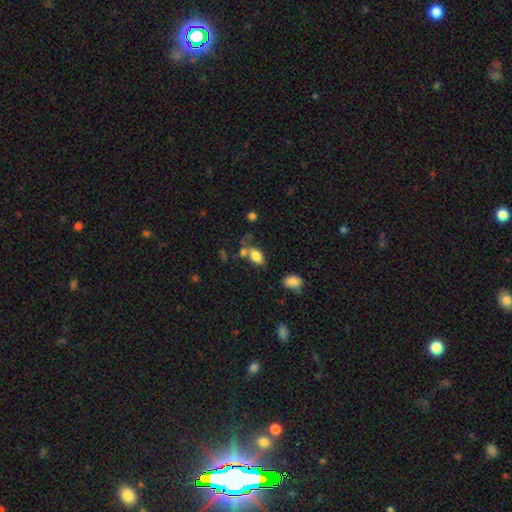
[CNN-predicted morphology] This is likely a smooth galaxy (79%). How rounded: clearly in between (91%). Merging: marginally none (43%).